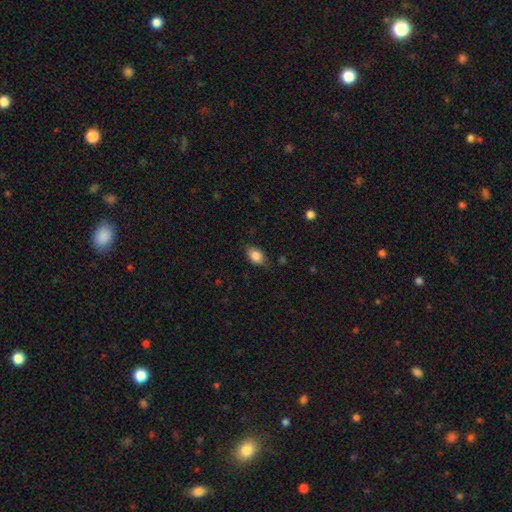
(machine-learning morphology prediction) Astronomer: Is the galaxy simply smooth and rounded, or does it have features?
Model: smooth — 87%.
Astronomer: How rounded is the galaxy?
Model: in between — 86%.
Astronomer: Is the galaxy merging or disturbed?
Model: none — 76%.